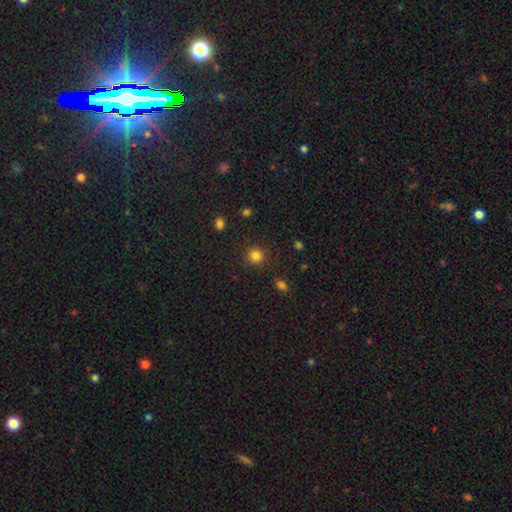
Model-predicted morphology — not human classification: smooth_or_featured: smooth (p=0.83) [alt: star or artifact p=0.13]
how_rounded: round (p=0.92) [alt: in between p=0.07]
merging: none (p=0.86) [alt: minor disturbance p=0.08]